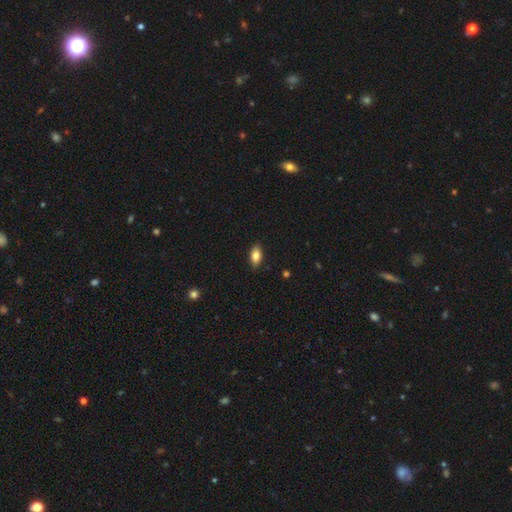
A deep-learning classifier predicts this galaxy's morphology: smooth_or_featured: smooth (p=0.82) [alt: featured or disk p=0.11]
how_rounded: in between (p=0.89) [alt: cigar-shaped p=0.06]
merging: none (p=0.87) [alt: minor disturbance p=0.10]